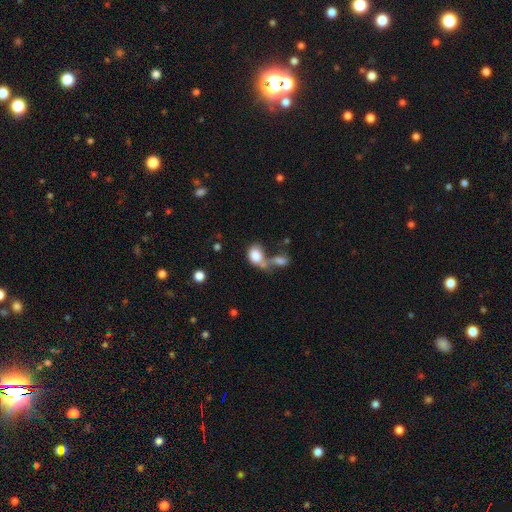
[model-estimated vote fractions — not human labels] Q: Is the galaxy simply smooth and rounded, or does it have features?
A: smooth — 80%.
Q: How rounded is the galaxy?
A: in between — 76%.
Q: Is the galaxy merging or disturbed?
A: merger — 55%.